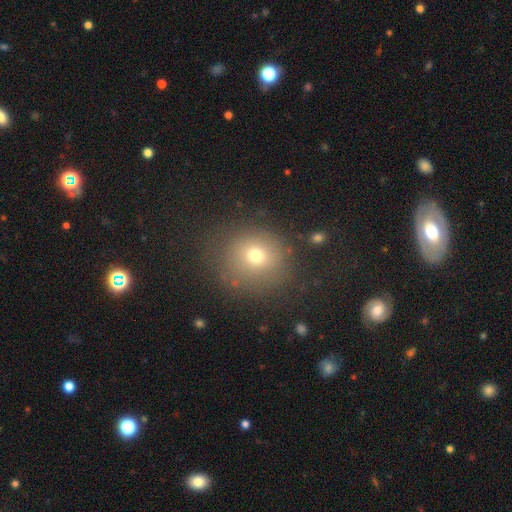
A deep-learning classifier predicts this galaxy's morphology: Smooth or featured? smooth (71%)
How rounded? round (88%)
Merging? none (79%)